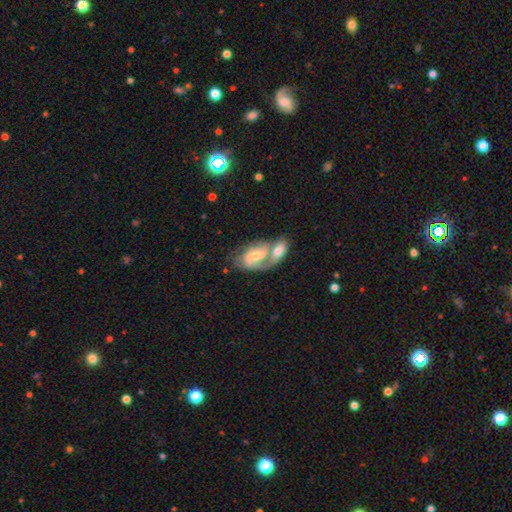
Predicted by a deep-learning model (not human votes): A featured or disk galaxy (74%) with no bar (48%), 2 (70%) medium (45%) spiral arms (90%) and a small central bulge (51%).

Vote fractions:
- Smooth or featured? featured or disk: 74% / smooth: 19% / star or artifact: 7%
- Edge-on disk? no: 96% / yes: 4%
- Bar? no: 48% / weak: 39% / strong: 12%
- Spiral arms? yes: 90% / no: 10%
- Spiral winding? medium: 45% / tight: 36% / loose: 19%
- Spiral arm count? 2: 70% / 1: 13% / can't tell: 12% / 3: 3% / 4: 1% / more than 4: 1%
- Bulge size? small: 51% / moderate: 41% / none: 4% / large: 3% / dominant: 1%
- Merging? merger: 62% / none: 22% / minor disturbance: 9% / major disturbance: 7%